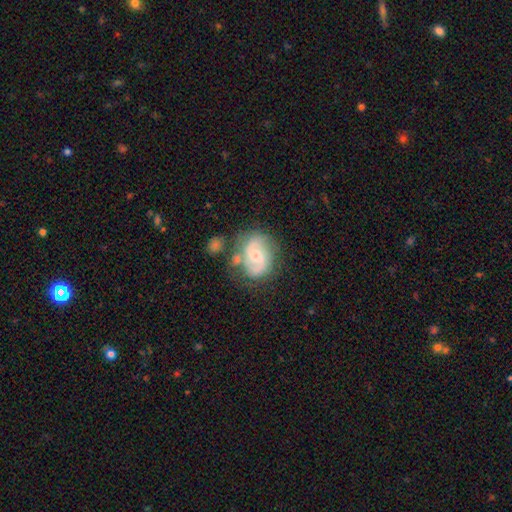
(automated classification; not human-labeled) smooth-or-featured: featured or disk: 77% | smooth: 16% | star or artifact: 6%
  disk-edge-on: no: 98% | yes: 2%
    bar: weak: 46% | no: 42% | strong: 12%
    has-spiral-arms: yes: 92% | no: 8%
      spiral-winding: medium: 51% | loose: 30% | tight: 20%
      spiral-arm-count: 2: 87% | can't tell: 7% | 3: 2% | 1: 2% | 4: 1% | more than 4: 1%
    bulge-size: moderate: 52% | small: 43% | large: 3% | none: 2% | dominant: 1%
  merging: none: 60% | minor disturbance: 19% | merger: 13% | major disturbance: 8%